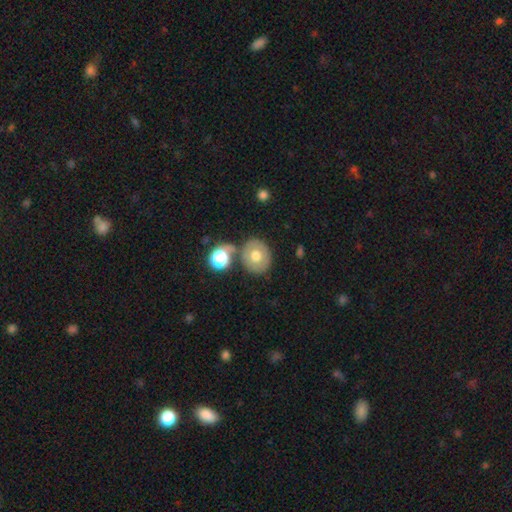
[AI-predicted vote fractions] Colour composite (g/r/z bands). It shows a smooth galaxy with no disk features (62%) that is round (72%). Merging: none (68%).